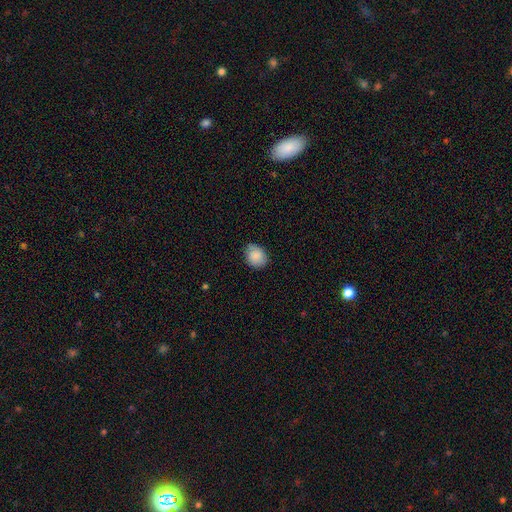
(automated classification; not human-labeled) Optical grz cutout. It shows a smooth galaxy with no disk features (87%) that is in between round and cigar-shaped (52%). Merging: none (77%).